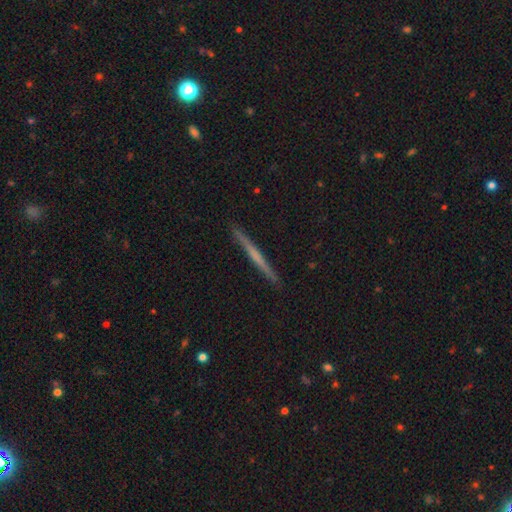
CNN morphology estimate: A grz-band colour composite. It shows a featured or disk galaxy (56%) viewed edge-on (98%) with no central bulge (76%). Merging: none (92%).